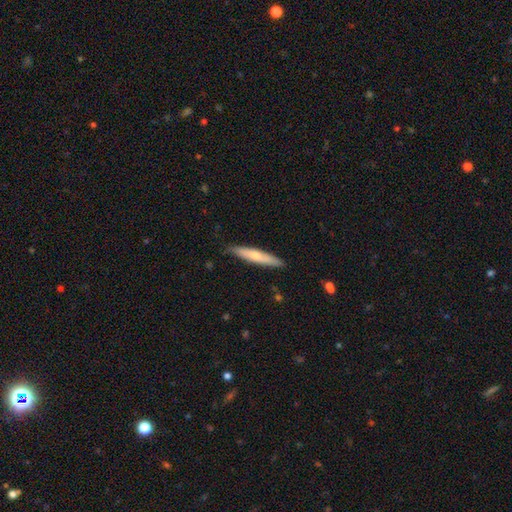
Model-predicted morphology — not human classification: A smooth galaxy with no disk features (60%) that is cigar-shaped (89%).

Vote fractions:
- Smooth or featured? smooth: 60% / featured or disk: 35% / star or artifact: 5%
- How rounded? cigar-shaped: 89% / in between: 9% / round: 1%
- Merging? none: 85% / minor disturbance: 12% / major disturbance: 2% / merger: 1%